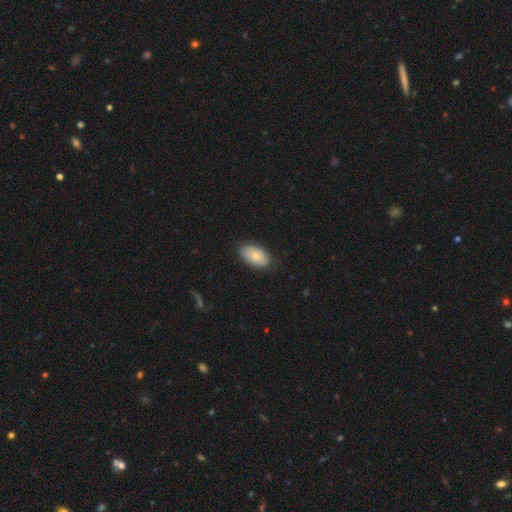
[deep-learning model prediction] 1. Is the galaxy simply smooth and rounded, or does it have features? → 71% smooth, 22% featured or disk, 6% star or artifact.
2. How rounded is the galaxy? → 93% in between, 6% round, 1% cigar-shaped.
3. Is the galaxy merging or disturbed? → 79% none, 17% minor disturbance, 3% major disturbance, 1% merger.